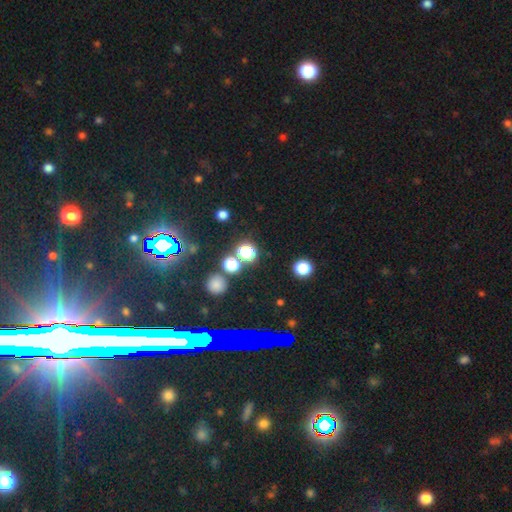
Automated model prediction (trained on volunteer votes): Smooth or featured: star or artifact — 76% (smooth — 12%)